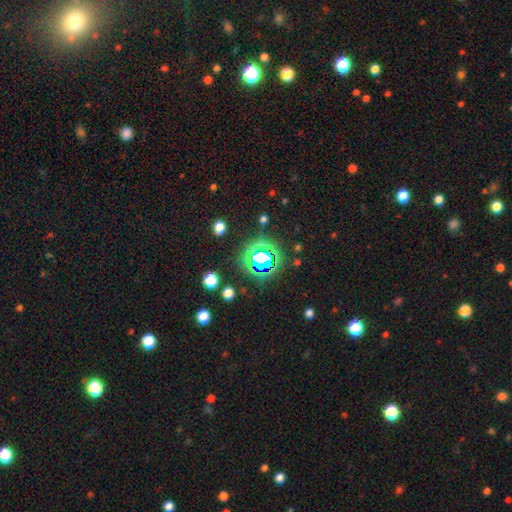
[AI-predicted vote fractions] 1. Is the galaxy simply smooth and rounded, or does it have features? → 75% star or artifact, 16% smooth, 9% featured or disk.